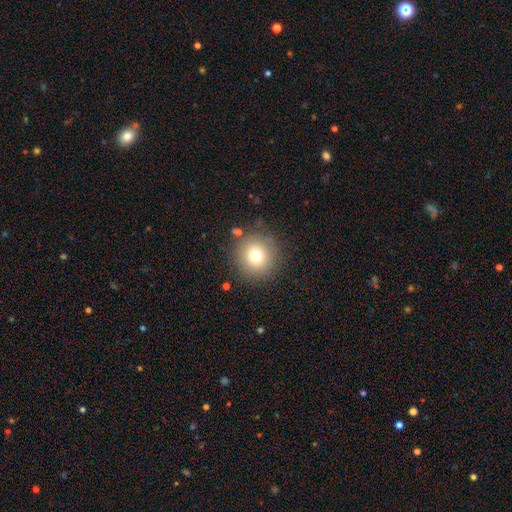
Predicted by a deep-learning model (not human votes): smooth_or_featured: smooth (p=0.75) [alt: star or artifact p=0.13]
how_rounded: round (p=0.94) [alt: in between p=0.05]
merging: none (p=0.85) [alt: minor disturbance p=0.09]